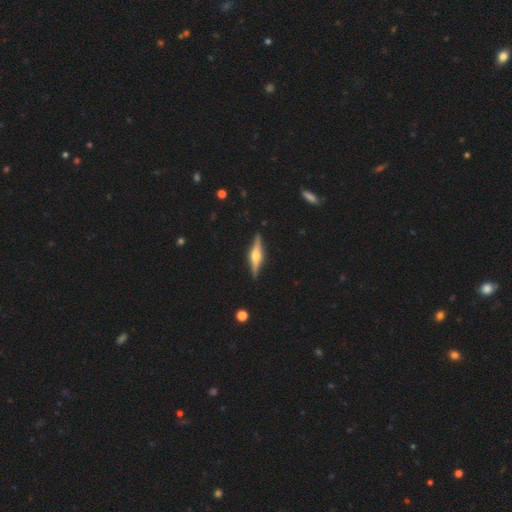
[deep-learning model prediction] A featured or disk galaxy (76%) viewed edge-on (97%) with a rounded central bulge (86%).

Vote fractions:
- Smooth or featured? featured or disk: 76% / smooth: 18% / star or artifact: 5%
- Edge-on disk? yes: 97% / no: 3%
- Edge-on bulge? rounded: 86% / boxy: 11% / none: 3%
- Merging? none: 90% / minor disturbance: 7% / major disturbance: 2% / merger: 1%